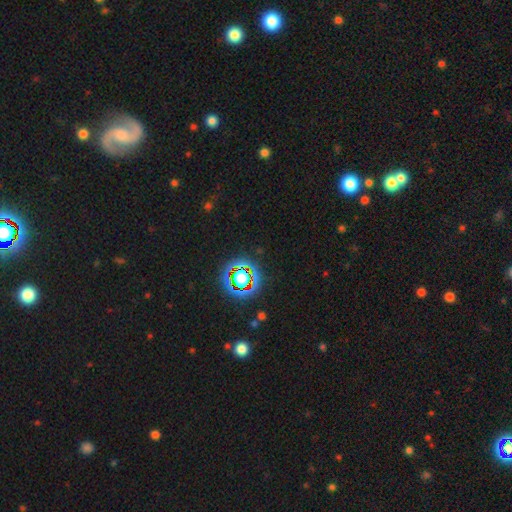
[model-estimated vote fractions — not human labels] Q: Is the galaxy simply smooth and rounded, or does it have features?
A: star or artifact — 76%.